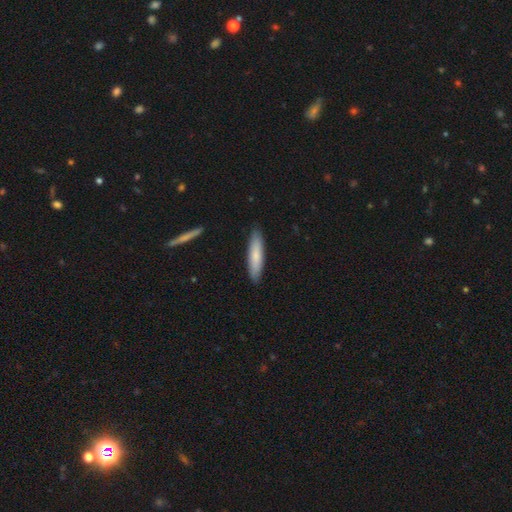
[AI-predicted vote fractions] smooth 76%, featured or disk 18%, star or artifact 5%. Down the decision tree: how rounded — cigar-shaped (80%); merging — none (89%).